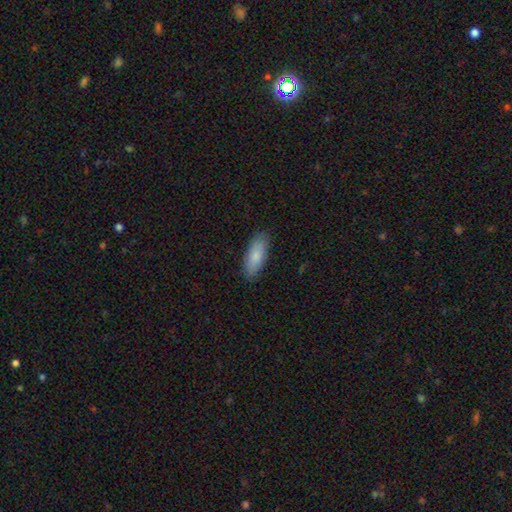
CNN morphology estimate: This is clearly a smooth galaxy (84%). How rounded: likely in between (76%). Merging: clearly none (87%).